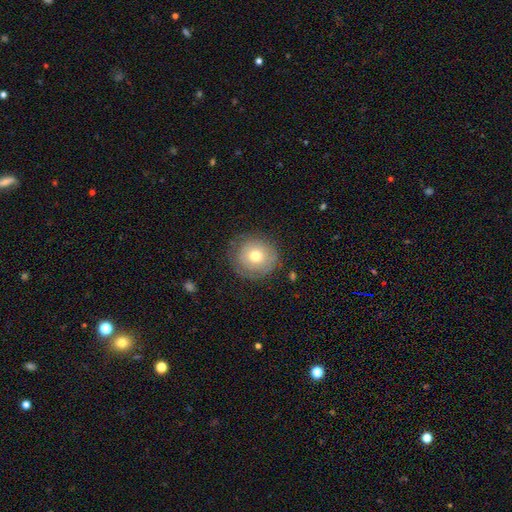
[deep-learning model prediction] A smooth galaxy with no disk features (54%) that is round (89%). Merging: none (79%).